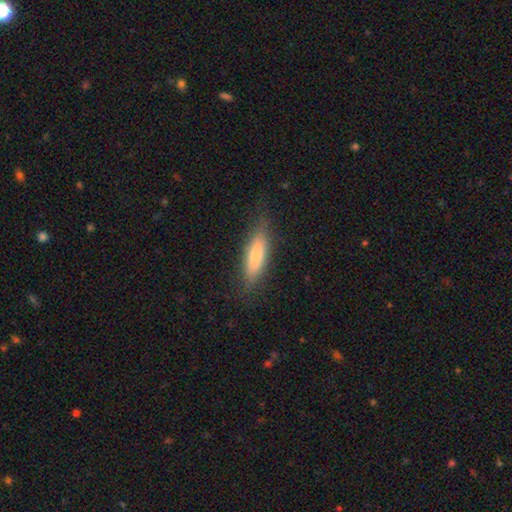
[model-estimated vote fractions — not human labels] The model was most divided on "how rounded": cigar-shaped: 54%, in between: 44%, round: 2%. More confident: merging — none (79%); smooth or featured — smooth (75%).